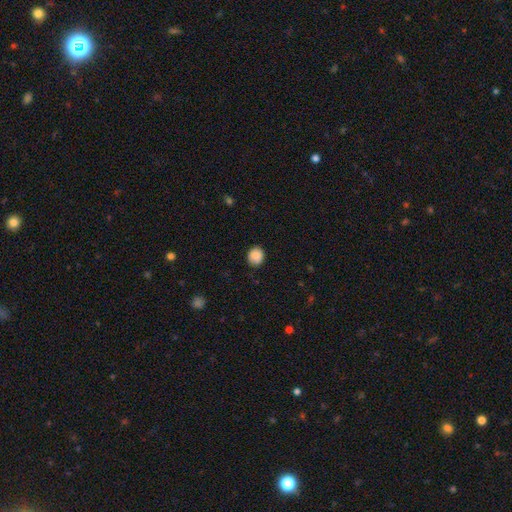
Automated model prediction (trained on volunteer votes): smooth 88%, star or artifact 8%, featured or disk 4%. Down the decision tree: how rounded — round (74%); merging — none (83%).